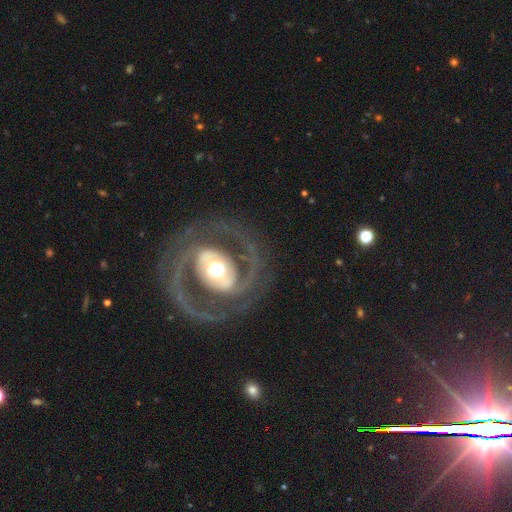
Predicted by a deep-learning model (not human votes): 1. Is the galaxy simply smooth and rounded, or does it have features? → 86% featured or disk, 7% smooth, 7% star or artifact.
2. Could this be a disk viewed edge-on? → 96% no, 4% yes.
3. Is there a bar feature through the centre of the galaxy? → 41% strong, 30% weak, 29% no.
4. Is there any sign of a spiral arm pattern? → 88% yes, 12% no.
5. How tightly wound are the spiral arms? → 49% medium, 39% tight, 12% loose.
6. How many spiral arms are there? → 90% 2, 4% can't tell, 3% 1, 2% 3, 1% 4, 1% more than 4.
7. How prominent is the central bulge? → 62% moderate, 20% small, 15% large, 2% dominant, 1% none.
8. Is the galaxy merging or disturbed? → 81% none, 10% minor disturbance, 7% major disturbance, 2% merger.